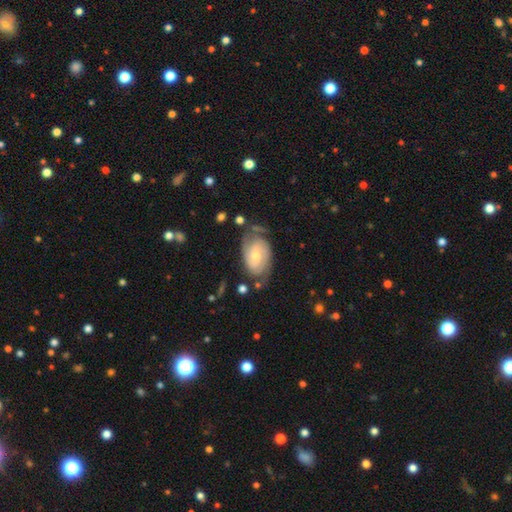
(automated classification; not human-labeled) A featured or disk galaxy (73%) with no bar (59%), 2 (67%) tight (50%) spiral arms (91%) and a moderate central bulge (53%).

Vote fractions:
- Smooth or featured? featured or disk: 73% / smooth: 21% / star or artifact: 6%
- Edge-on disk? no: 96% / yes: 4%
- Bar? no: 59% / weak: 35% / strong: 6%
- Spiral arms? yes: 91% / no: 9%
- Spiral winding? tight: 50% / medium: 37% / loose: 13%
- Spiral arm count? 2: 67% / can't tell: 19% / 3: 7% / 1: 3% / 4: 2% / more than 4: 2%
- Bulge size? moderate: 53% / small: 40% / large: 4% / none: 2% / dominant: 1%
- Merging? none: 57% / minor disturbance: 26% / major disturbance: 12% / merger: 5%